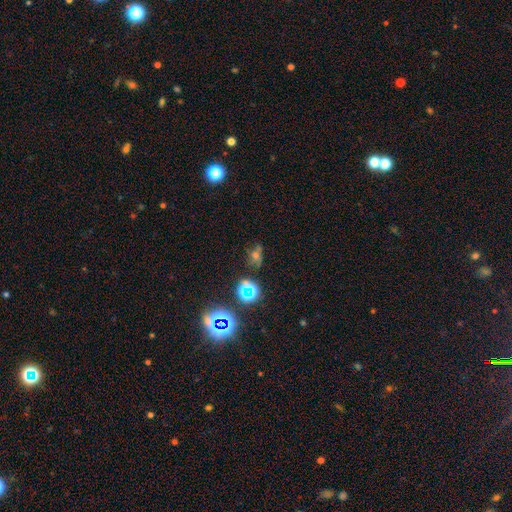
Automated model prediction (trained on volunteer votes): smooth-or-featured: star or artifact: 53% | smooth: 30% | featured or disk: 17%